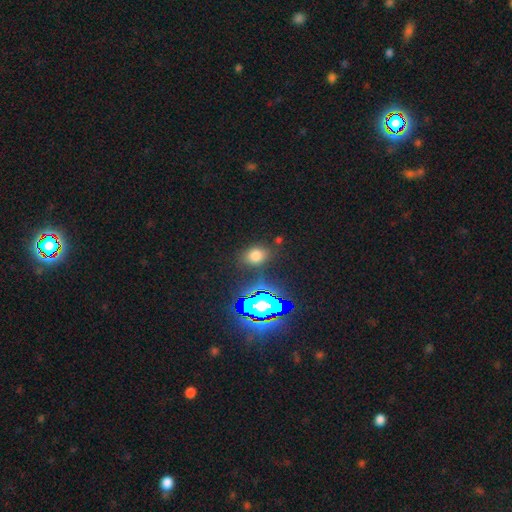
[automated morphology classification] Smooth or featured: smooth — 65% (star or artifact — 27%)
How rounded: in between — 67% (round — 31%)
Merging: none — 80% (minor disturbance — 12%)